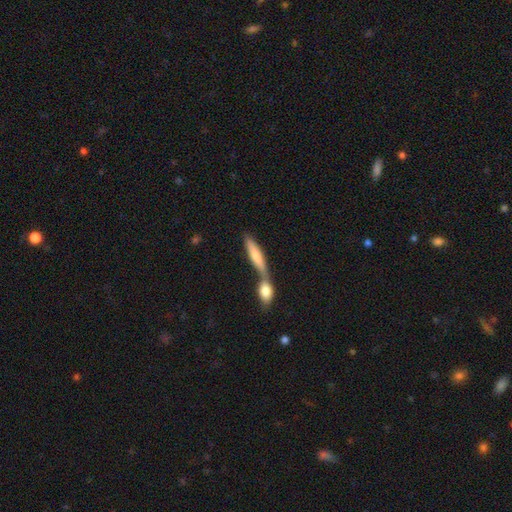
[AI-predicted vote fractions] A smooth galaxy with no disk features (53%) that is cigar-shaped (74%).

Vote fractions:
- Smooth or featured? smooth: 53% / featured or disk: 39% / star or artifact: 8%
- How rounded? cigar-shaped: 74% / in between: 23% / round: 3%
- Merging? merger: 50% / none: 38% / minor disturbance: 8% / major disturbance: 4%